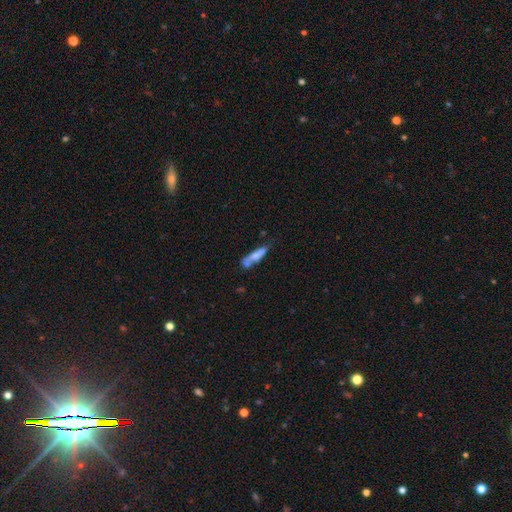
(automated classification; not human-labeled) A smooth galaxy with no disk features (68%) that is cigar-shaped (74%).

Vote fractions:
- Smooth or featured? smooth: 68% / featured or disk: 25% / star or artifact: 8%
- How rounded? cigar-shaped: 74% / in between: 24% / round: 2%
- Merging? none: 47% / minor disturbance: 25% / merger: 19% / major disturbance: 10%